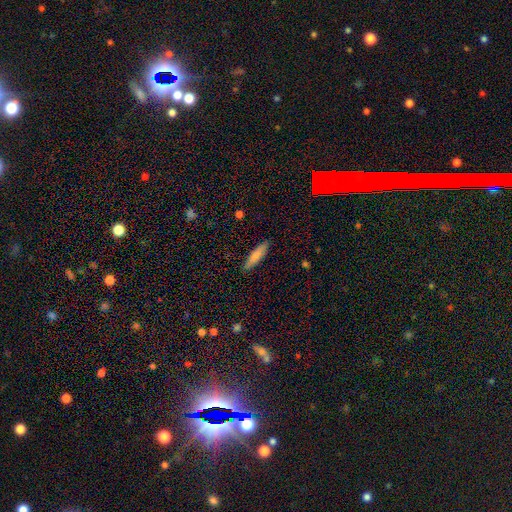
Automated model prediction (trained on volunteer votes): The model was most divided on "how rounded": cigar-shaped: 78%, in between: 20%, round: 1%. More confident: merging — none (88%); smooth or featured — smooth (77%).